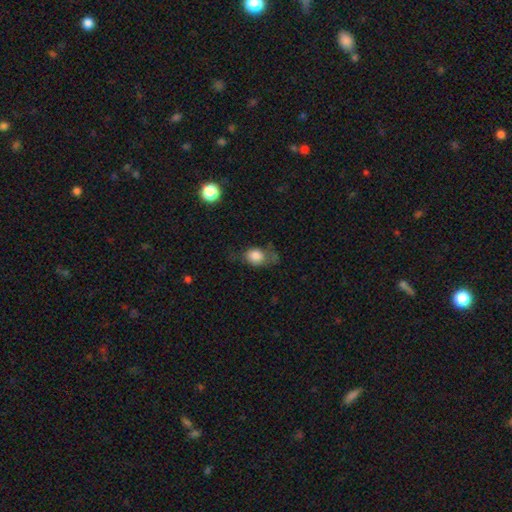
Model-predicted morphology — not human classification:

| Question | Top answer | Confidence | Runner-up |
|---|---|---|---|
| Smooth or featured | smooth | 77% | featured or disk (14%) |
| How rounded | in between | 66% | round (32%) |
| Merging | none | 42% | minor disturbance (32%) |